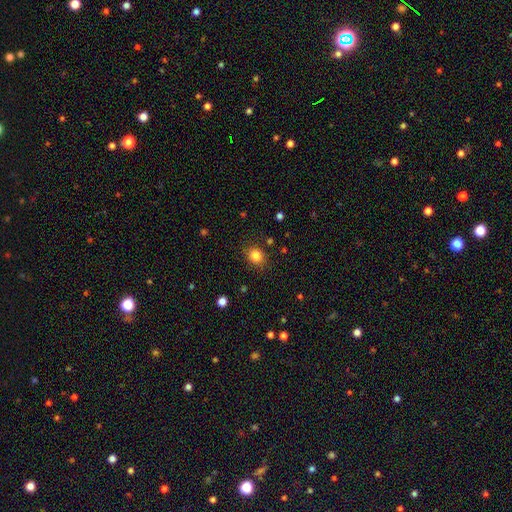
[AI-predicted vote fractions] This is clearly a smooth galaxy (83%). How rounded: likely round (70%). Merging: clearly none (84%).